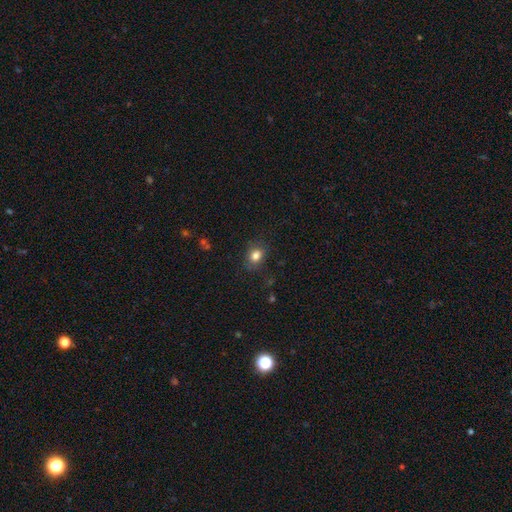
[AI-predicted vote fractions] Smooth or featured? smooth (82%)
How rounded? in between (57%)
Merging? none (79%)